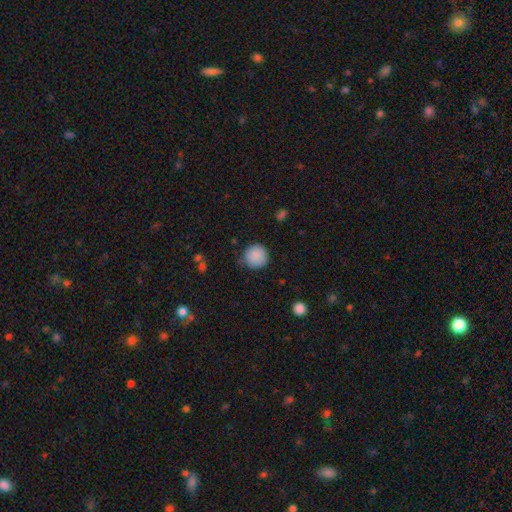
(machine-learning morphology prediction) Smooth or featured? smooth (88%)
How rounded? round (93%)
Merging? none (80%)